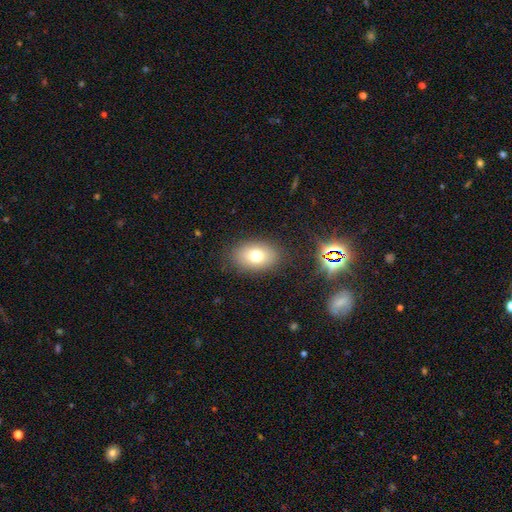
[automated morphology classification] This is likely a smooth galaxy (74%). How rounded: clearly in between (81%). Merging: clearly none (85%).